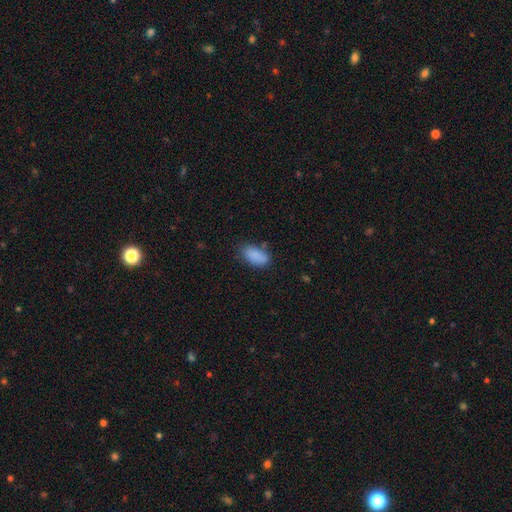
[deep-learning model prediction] The model was most divided on "merging": none: 75%, minor disturbance: 18%, major disturbance: 4%, merger: 3%. More confident: how rounded — in between (92%); smooth or featured — smooth (88%).